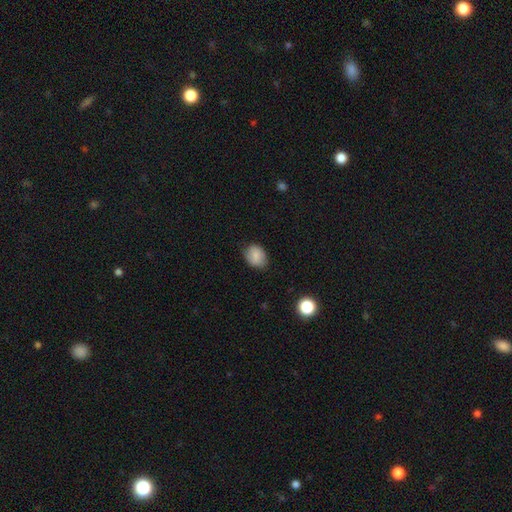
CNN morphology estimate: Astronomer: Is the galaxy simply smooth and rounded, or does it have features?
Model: smooth — 82%.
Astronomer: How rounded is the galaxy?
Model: in between — 64%.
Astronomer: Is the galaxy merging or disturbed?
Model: none — 77%.